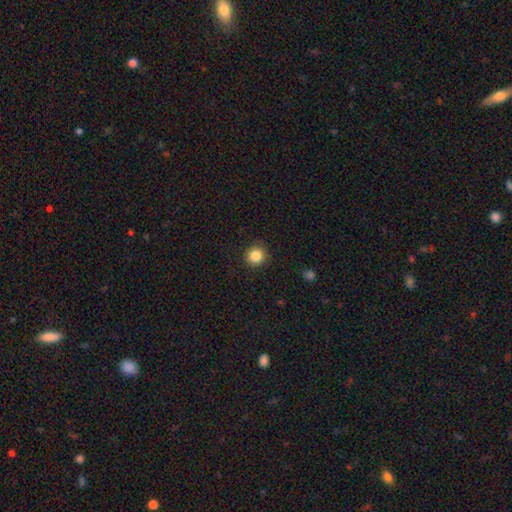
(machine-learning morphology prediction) This is clearly a smooth galaxy (85%). How rounded: clearly round (94%). Merging: clearly none (91%).